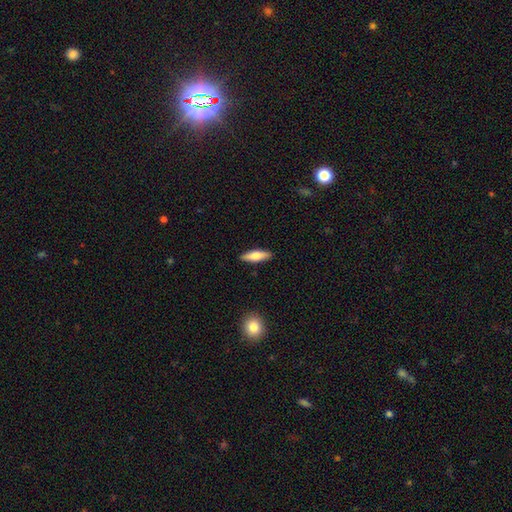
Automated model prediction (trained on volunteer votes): Smooth or featured?
  - smooth: 65% *
  - featured or disk: 30%
  - star or artifact: 6%
How rounded?
  - cigar-shaped: 55% *
  - in between: 43%
  - round: 2%
Merging?
  - none: 90% *
  - minor disturbance: 7%
  - major disturbance: 2%
  - merger: 1%